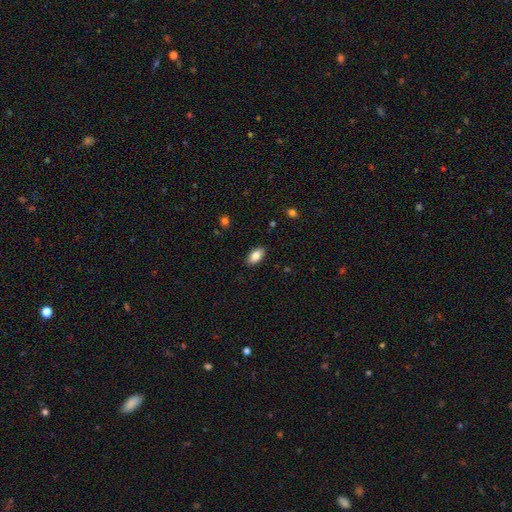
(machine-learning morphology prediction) Overall: smooth (85%). How rounded: in between (93%). Merging: none (88%).